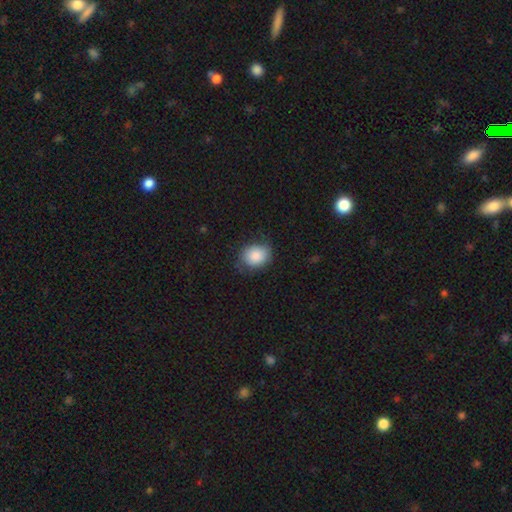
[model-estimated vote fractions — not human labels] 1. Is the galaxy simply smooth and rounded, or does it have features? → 85% smooth, 7% star or artifact, 7% featured or disk.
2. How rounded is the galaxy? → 54% round, 46% in between, 1% cigar-shaped.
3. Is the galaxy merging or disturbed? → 69% none, 24% minor disturbance, 6% major disturbance, 1% merger.